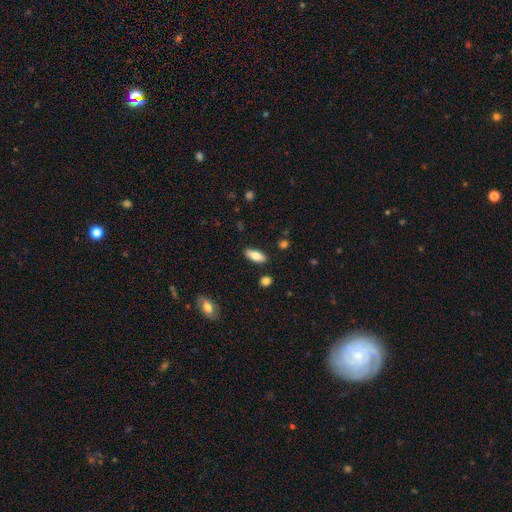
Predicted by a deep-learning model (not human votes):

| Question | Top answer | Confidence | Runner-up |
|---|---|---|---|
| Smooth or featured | smooth | 76% | featured or disk (18%) |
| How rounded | in between | 80% | cigar-shaped (18%) |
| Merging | none | 87% | minor disturbance (9%) |